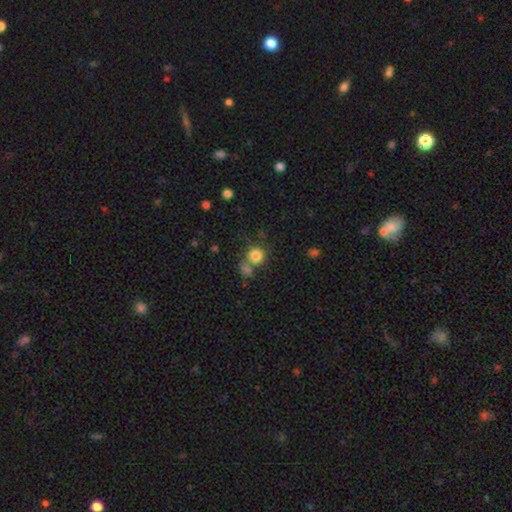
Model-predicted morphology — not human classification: The model was most divided on "merging": none: 58%, merger: 27%, minor disturbance: 11%, major disturbance: 5%. More confident: how rounded — round (89%); smooth or featured — smooth (82%).